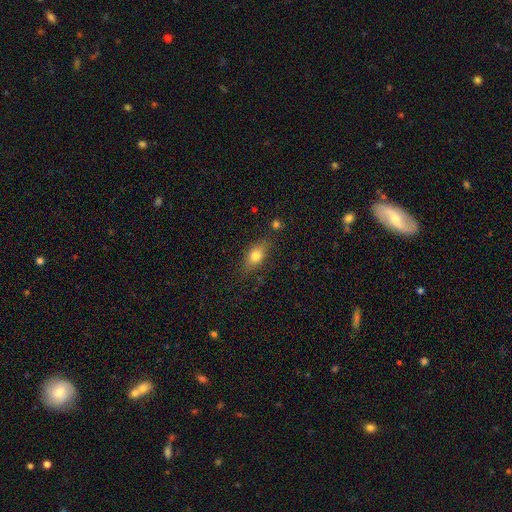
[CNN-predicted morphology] Smooth or featured? Predicted: smooth (p=0.74). How rounded? Predicted: in between (p=0.78). Merging? Predicted: none (p=0.76).